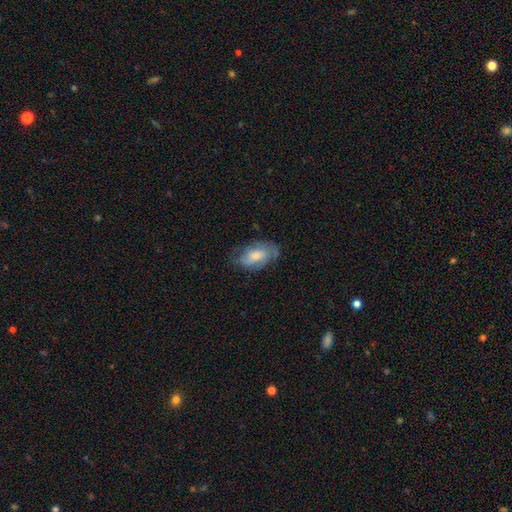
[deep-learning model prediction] smooth-or-featured: smooth: 52% | featured or disk: 41% | star or artifact: 7%
  how-rounded: in between: 91% | round: 6% | cigar-shaped: 2%
  merging: none: 62% | minor disturbance: 26% | major disturbance: 10% | merger: 1%